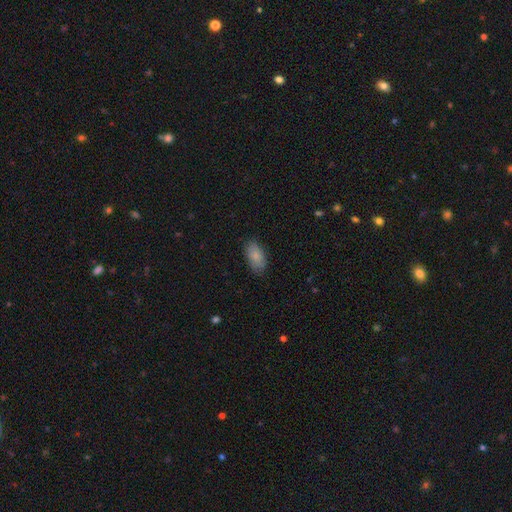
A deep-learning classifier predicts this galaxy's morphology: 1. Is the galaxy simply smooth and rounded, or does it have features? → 87% smooth, 7% featured or disk, 6% star or artifact.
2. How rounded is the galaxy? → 93% in between, 4% cigar-shaped, 3% round.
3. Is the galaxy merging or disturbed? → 83% none, 13% minor disturbance, 3% major disturbance, 1% merger.